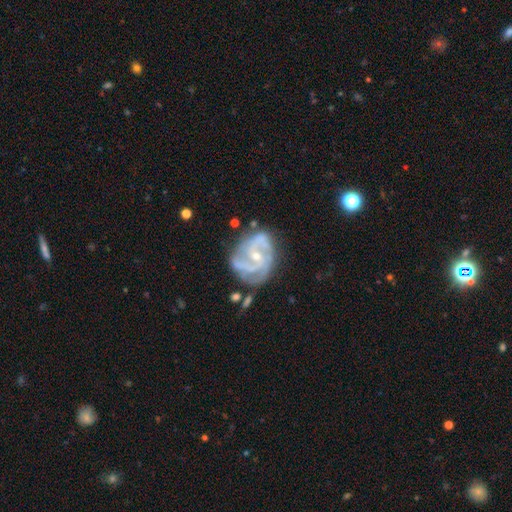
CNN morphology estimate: Overall: featured or disk (89%). Edge-on disk: no (98%). Bar: no (53%; weak 35%). Spiral arms: yes (97%). Spiral arm count: 3 (41%; 2 31%). Spiral winding: medium (47%; tight 41%). Bulge size: small (64%; moderate 33%). Merging: none (60%; minor disturbance 25%).